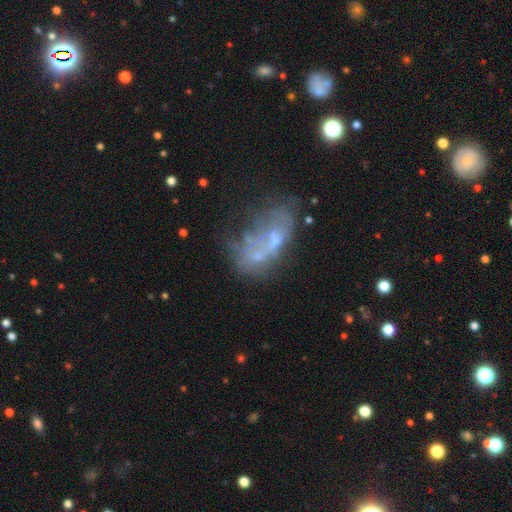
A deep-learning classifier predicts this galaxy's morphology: A featured or disk galaxy (52%). Merging: merger (32%).